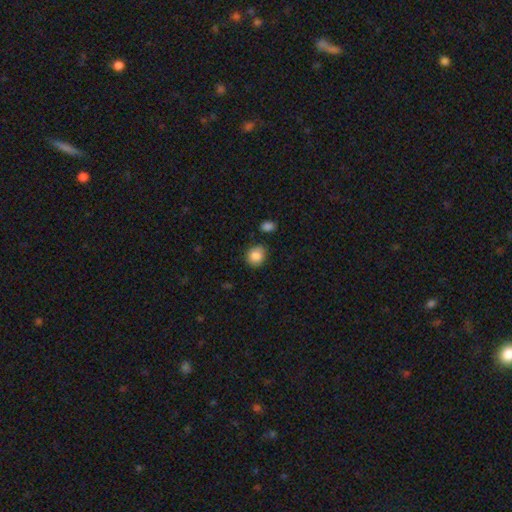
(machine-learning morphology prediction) A smooth galaxy with no disk features (87%) that is round (74%).

Vote fractions:
- Smooth or featured? smooth: 87% / star or artifact: 8% / featured or disk: 5%
- How rounded? round: 74% / in between: 25% / cigar-shaped: 1%
- Merging? none: 80% / minor disturbance: 13% / merger: 4% / major disturbance: 3%